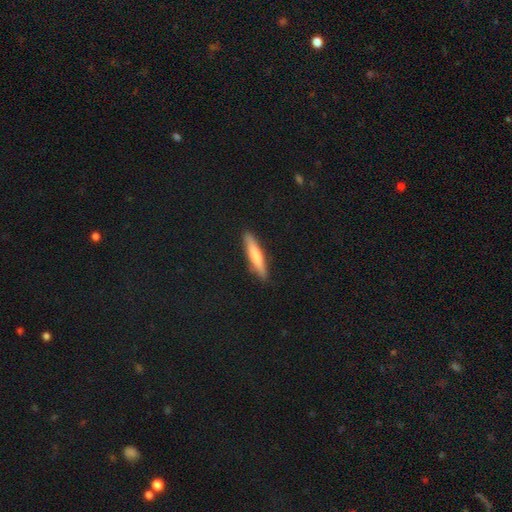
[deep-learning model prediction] smooth-or-featured: smooth: 71% | featured or disk: 24% | star or artifact: 6%
  how-rounded: cigar-shaped: 90% | in between: 8% | round: 1%
  merging: none: 89% | minor disturbance: 8% | major disturbance: 2% | merger: 1%